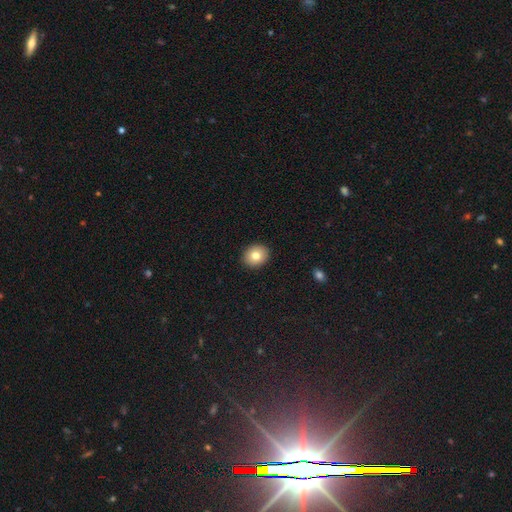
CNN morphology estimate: This is likely a smooth galaxy (79%). How rounded: likely round (63%). Merging: clearly none (91%).